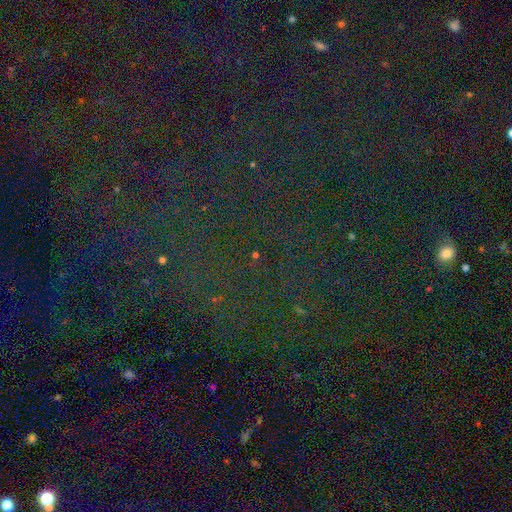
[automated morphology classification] The model was most divided on "smooth or featured": star or artifact: 78%, smooth: 14%, featured or disk: 8%.